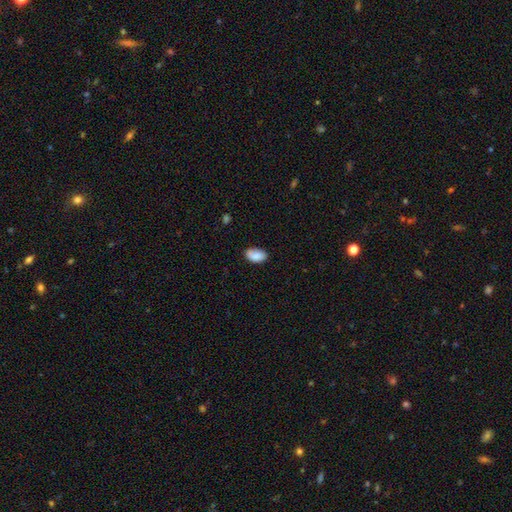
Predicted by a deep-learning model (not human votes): Smooth or featured? smooth (87%)
How rounded? in between (94%)
Merging? none (78%)